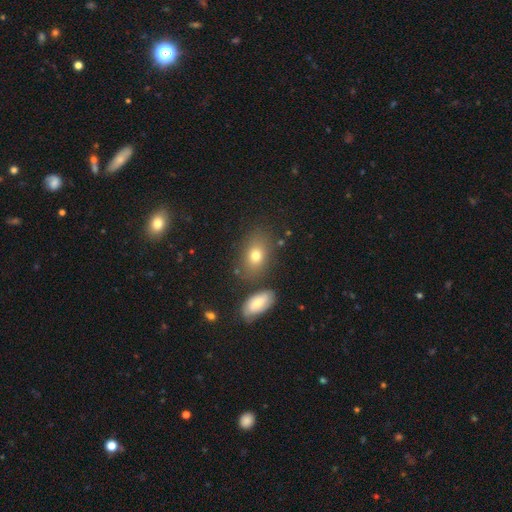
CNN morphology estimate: smooth-or-featured: smooth: 75% | featured or disk: 14% | star or artifact: 11%
  how-rounded: in between: 79% | round: 18% | cigar-shaped: 2%
  merging: none: 72% | minor disturbance: 13% | merger: 10% | major disturbance: 5%